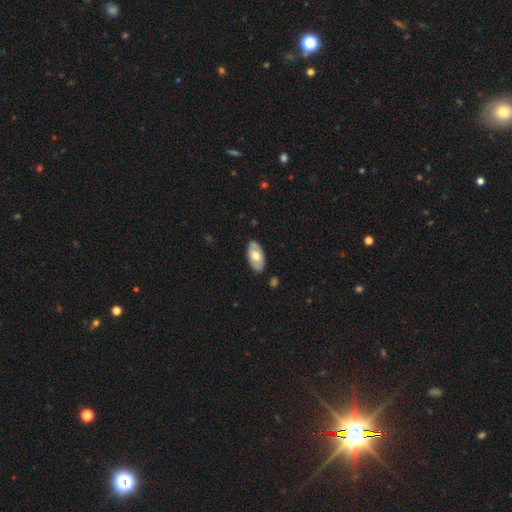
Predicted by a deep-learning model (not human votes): A smooth galaxy with no disk features (53%) that is in between round and cigar-shaped (94%). Merging: none (84%).